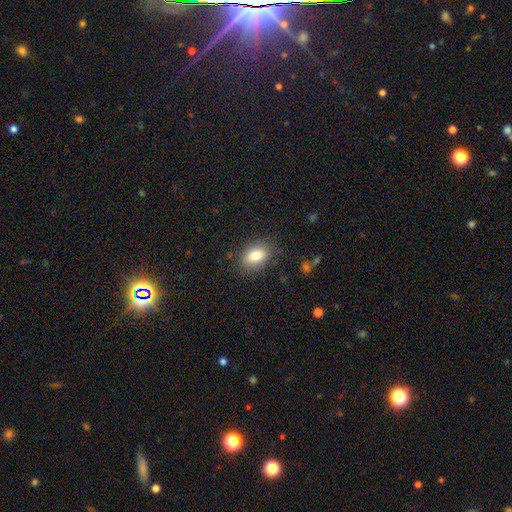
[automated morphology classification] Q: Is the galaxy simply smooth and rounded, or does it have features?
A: smooth — 82%.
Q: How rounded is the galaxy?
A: in between — 81%.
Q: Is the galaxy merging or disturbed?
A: none — 82%.